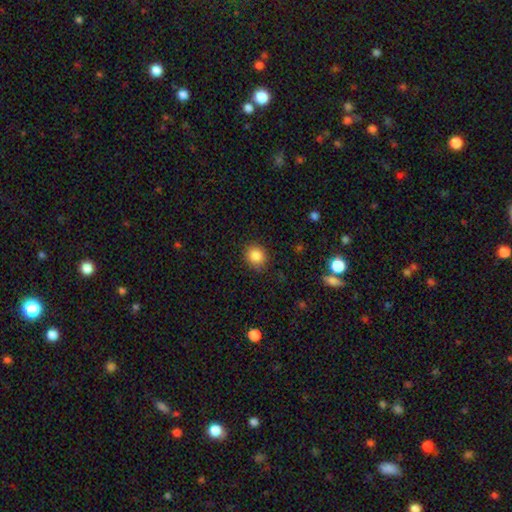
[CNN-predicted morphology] Smooth or featured: smooth — 86% (star or artifact — 10%)
How rounded: round — 80% (in between — 19%)
Merging: none — 86% (minor disturbance — 10%)